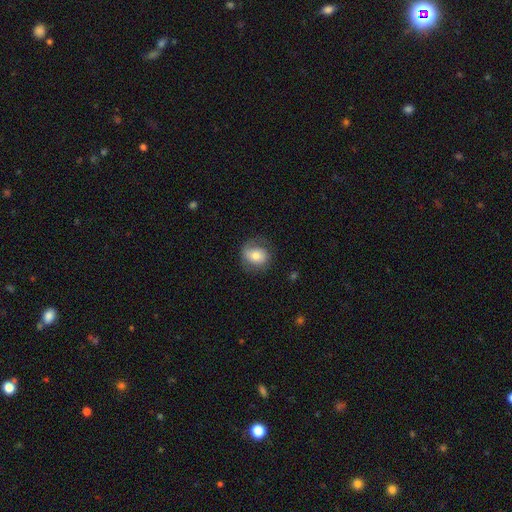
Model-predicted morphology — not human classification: This is likely a smooth galaxy (63%). How rounded: likely round (65%). Merging: likely none (67%).